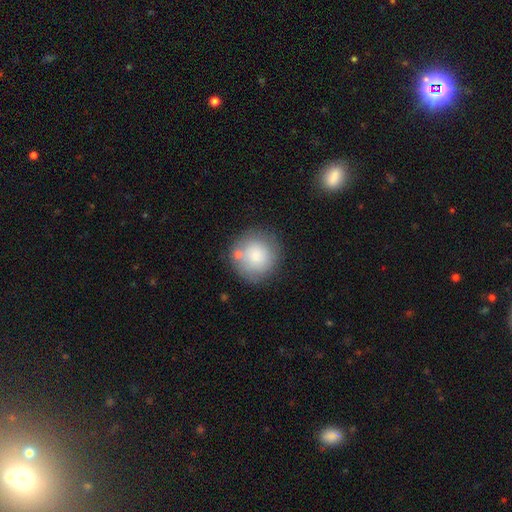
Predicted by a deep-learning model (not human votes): Smooth or featured? smooth (80%)
How rounded? round (93%)
Merging? none (74%)